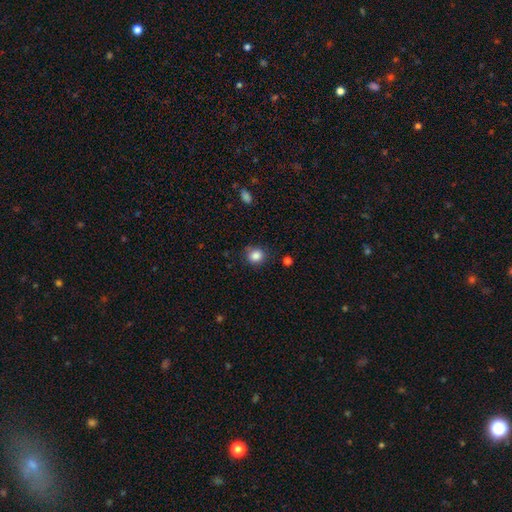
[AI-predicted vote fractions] Smooth or featured? Predicted: smooth (p=0.85). How rounded? Predicted: round (p=0.82). Merging? Predicted: none (p=0.82).